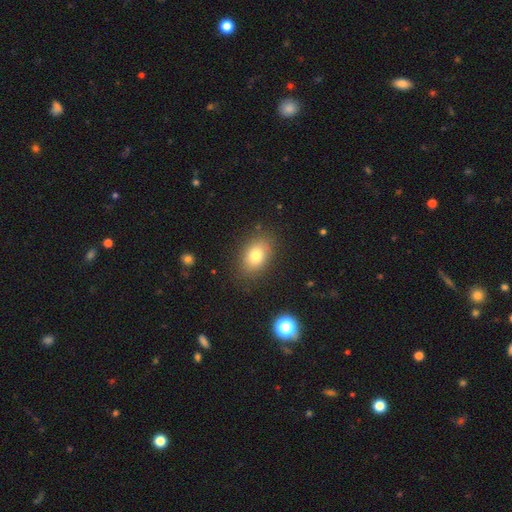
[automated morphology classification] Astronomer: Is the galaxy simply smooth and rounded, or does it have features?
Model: smooth — 78%.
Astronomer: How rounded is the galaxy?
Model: in between — 79%.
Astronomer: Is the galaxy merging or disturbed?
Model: none — 85%.